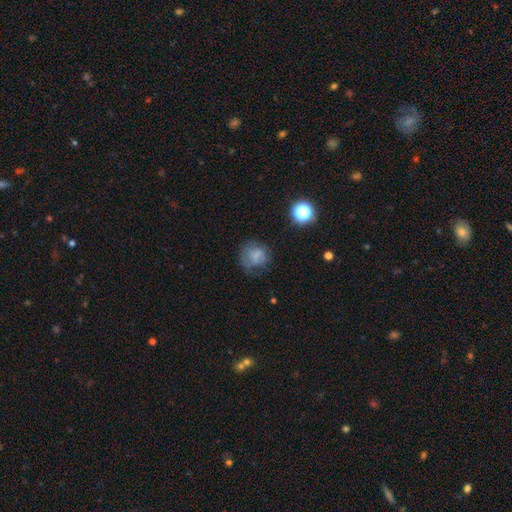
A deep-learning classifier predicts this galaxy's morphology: smooth-or-featured: smooth: 62% | featured or disk: 22% | star or artifact: 16%
  how-rounded: round: 77% | in between: 22% | cigar-shaped: 1%
  merging: none: 53% | minor disturbance: 25% | major disturbance: 19% | merger: 3%